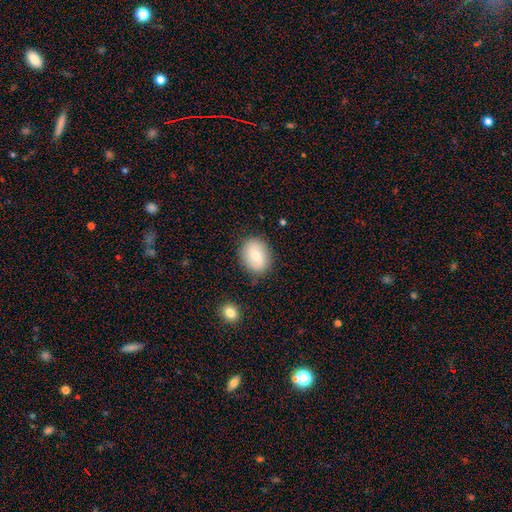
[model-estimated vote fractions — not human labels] Smooth or featured: smooth — 74% (featured or disk — 19%)
How rounded: in between — 57% (round — 42%)
Merging: none — 82% (minor disturbance — 12%)